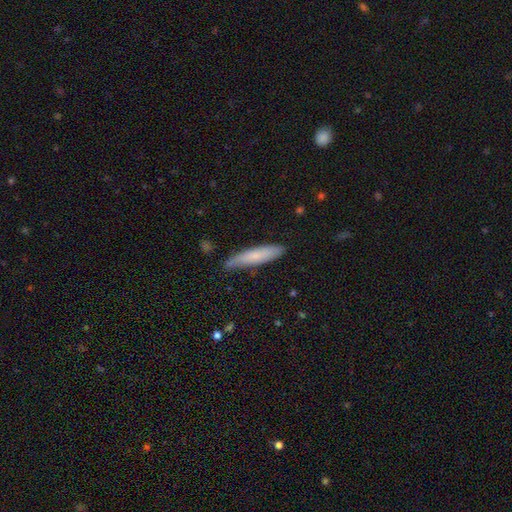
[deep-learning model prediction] Smooth or featured? smooth (73%)
How rounded? cigar-shaped (85%)
Merging? none (75%)